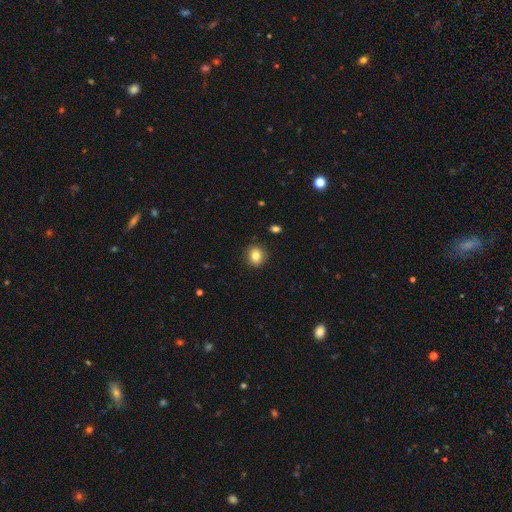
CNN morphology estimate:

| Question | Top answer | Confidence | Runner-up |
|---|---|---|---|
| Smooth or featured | smooth | 82% | star or artifact (10%) |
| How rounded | round | 79% | in between (20%) |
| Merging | none | 90% | minor disturbance (7%) |